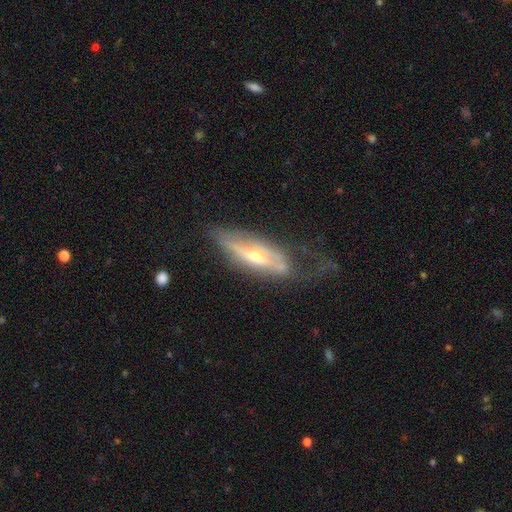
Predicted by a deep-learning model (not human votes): Smooth or featured? featured or disk (68%)
Edge-on disk? yes (69%)
Merging? none (52%)